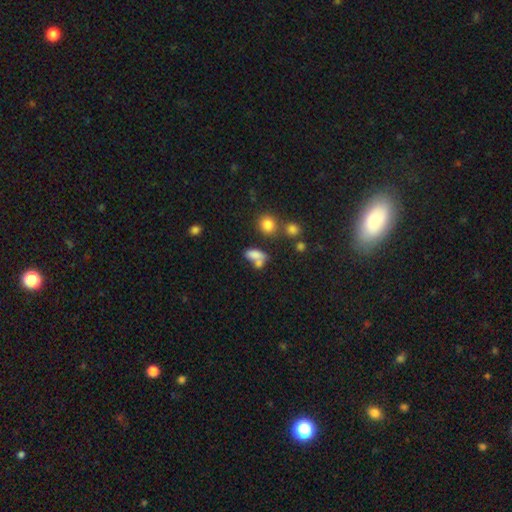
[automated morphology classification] A smooth galaxy with no disk features (75%) that is in between round and cigar-shaped (79%). Merging: merger (43%).